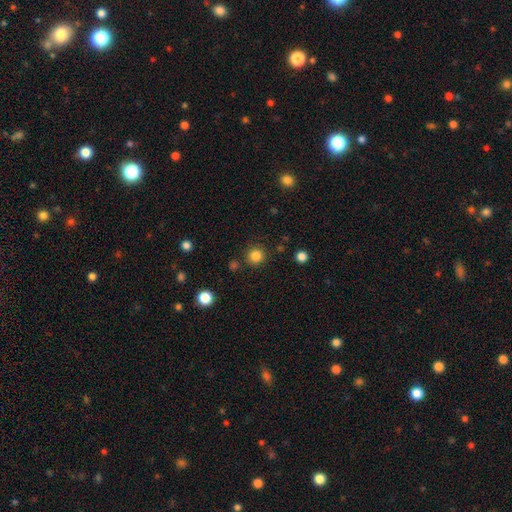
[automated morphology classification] The model was most divided on "smooth or featured": smooth: 83%, star or artifact: 13%, featured or disk: 4%. More confident: how rounded — round (93%); merging — none (87%).